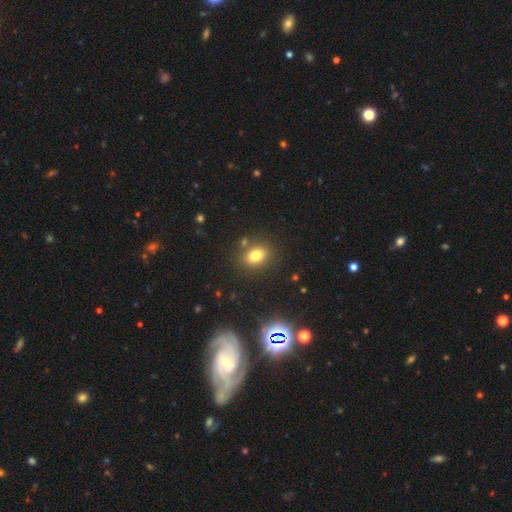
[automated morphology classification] The model was most divided on "how rounded": in between: 65%, round: 33%, cigar-shaped: 1%. More confident: merging — none (82%); smooth or featured — smooth (79%).